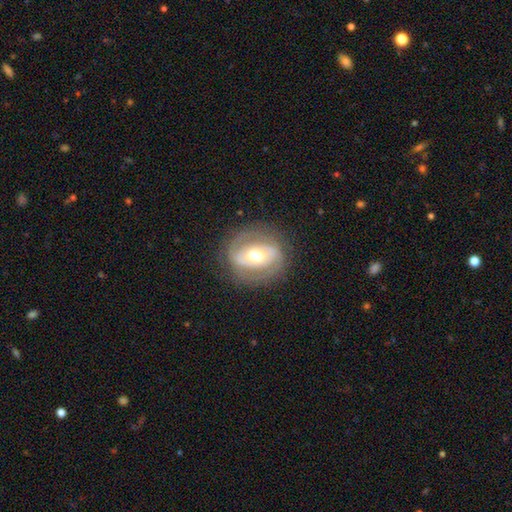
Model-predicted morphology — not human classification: This appears to be a featured or disk galaxy (72%) with no bar (42%), spiral arms (67%) and a moderate central bulge (72%). Merging: none (76%).